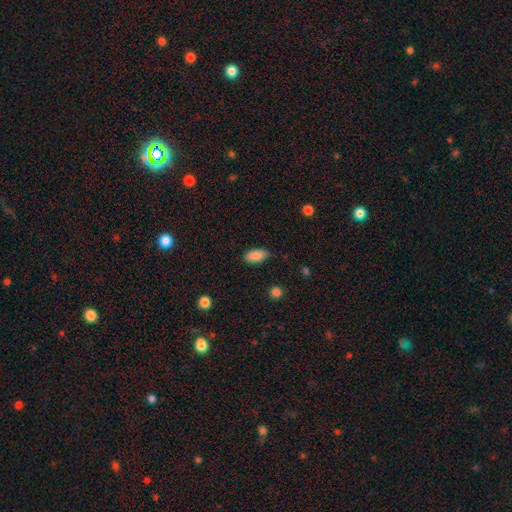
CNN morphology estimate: smooth_or_featured: smooth (p=0.88) [alt: star or artifact p=0.07]
how_rounded: in between (p=0.91) [alt: cigar-shaped p=0.06]
merging: none (p=0.82) [alt: minor disturbance p=0.14]